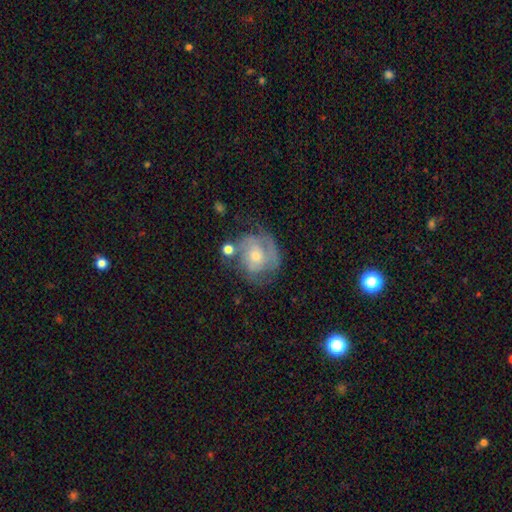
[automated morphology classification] A featured or disk galaxy (70%) with no bar (70%), 2 (37%) tight (51%) spiral arms (82%) and a small central bulge (53%).

Vote fractions:
- Smooth or featured? featured or disk: 70% / smooth: 22% / star or artifact: 8%
- Edge-on disk? no: 97% / yes: 3%
- Bar? no: 70% / weak: 24% / strong: 5%
- Spiral arms? yes: 82% / no: 18%
- Spiral winding? tight: 51% / medium: 36% / loose: 13%
- Spiral arm count? 2: 37% / can't tell: 34% / 3: 13% / 1: 8% / 4: 4% / more than 4: 3%
- Bulge size? small: 53% / moderate: 42% / large: 2% / none: 2% / dominant: 1%
- Merging? none: 54% / minor disturbance: 23% / major disturbance: 16% / merger: 7%